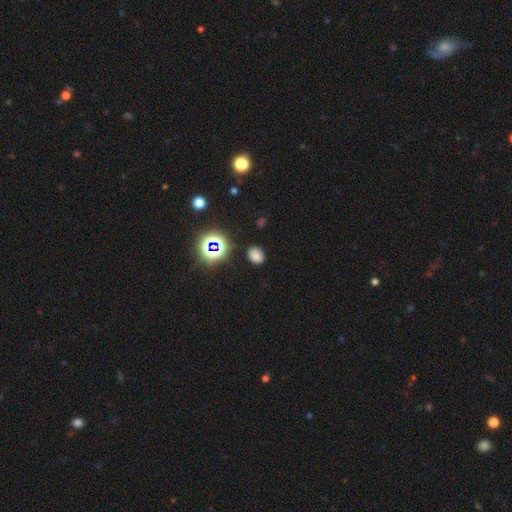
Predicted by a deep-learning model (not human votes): Smooth or featured? smooth (71%)
How rounded? in between (60%)
Merging? none (85%)